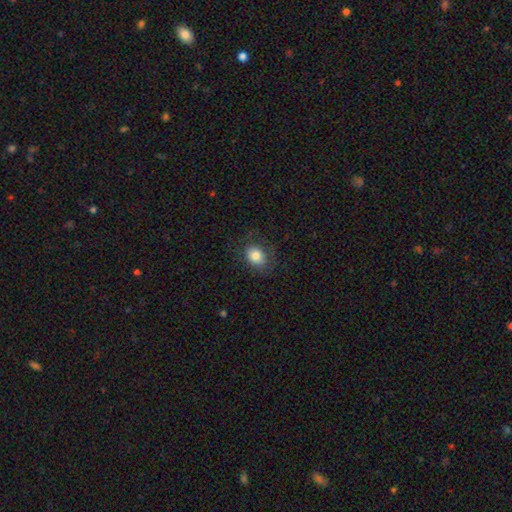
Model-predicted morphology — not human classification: Smooth or featured?
  - smooth: 81% *
  - featured or disk: 10%
  - star or artifact: 9%
How rounded?
  - in between: 59% *
  - round: 40%
  - cigar-shaped: 1%
Merging?
  - none: 74% *
  - minor disturbance: 17%
  - major disturbance: 8%
  - merger: 1%